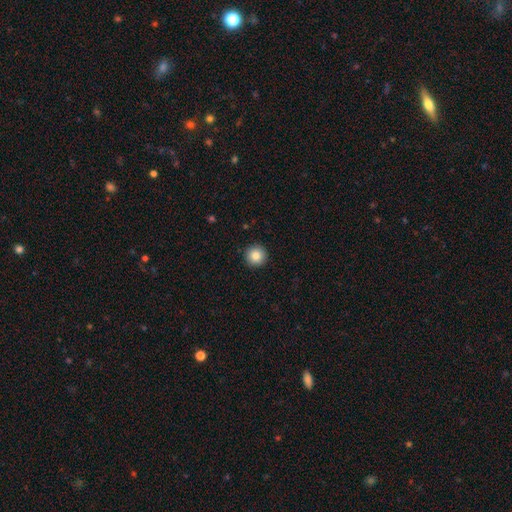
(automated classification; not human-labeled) smooth_or_featured: smooth (p=0.84) [alt: star or artifact p=0.09]
how_rounded: round (p=0.96) [alt: in between p=0.03]
merging: none (p=0.93) [alt: minor disturbance p=0.05]